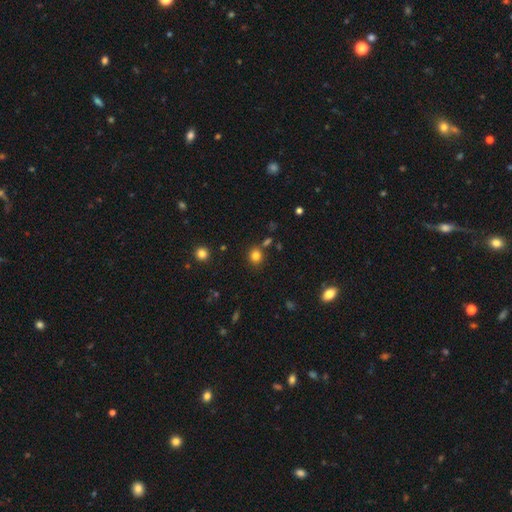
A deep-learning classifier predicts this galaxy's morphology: smooth_or_featured: smooth (p=0.81) [alt: star or artifact p=0.13]
how_rounded: round (p=0.76) [alt: in between p=0.23]
merging: none (p=0.79) [alt: minor disturbance p=0.10]